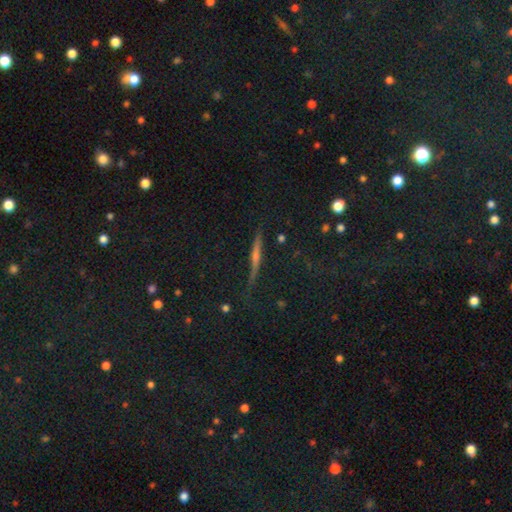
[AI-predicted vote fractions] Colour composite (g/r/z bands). It shows a featured or disk galaxy (64%) viewed edge-on (95%) with a rounded central bulge (66%). Merging: none (82%).